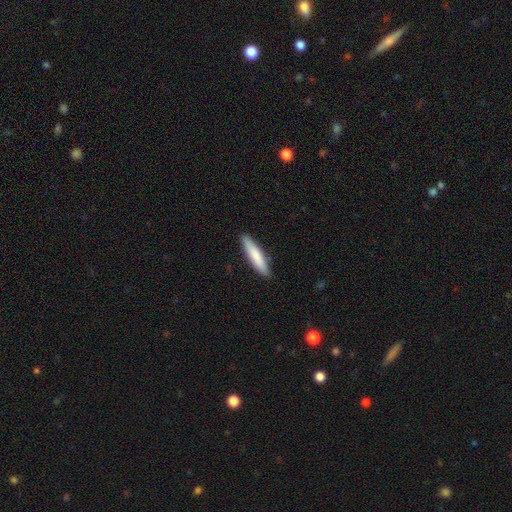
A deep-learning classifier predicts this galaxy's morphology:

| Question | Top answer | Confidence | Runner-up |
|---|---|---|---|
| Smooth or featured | smooth | 80% | featured or disk (16%) |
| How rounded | cigar-shaped | 84% | in between (15%) |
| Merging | none | 89% | minor disturbance (8%) |